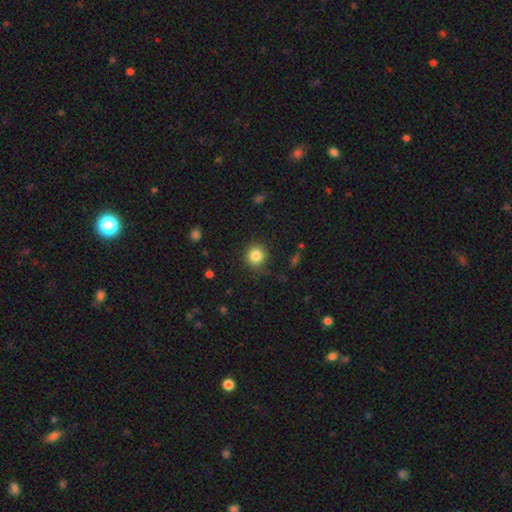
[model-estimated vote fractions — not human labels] A smooth galaxy with no disk features (84%) that is round (91%).

Vote fractions:
- Smooth or featured? smooth: 84% / star or artifact: 11% / featured or disk: 5%
- How rounded? round: 91% / in between: 8% / cigar-shaped: 1%
- Merging? none: 84% / minor disturbance: 11% / major disturbance: 4% / merger: 1%